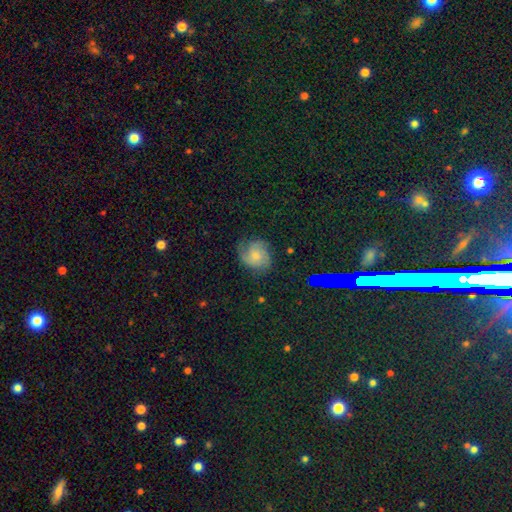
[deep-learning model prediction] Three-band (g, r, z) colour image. It shows a featured or disk galaxy (57%) with no bar (76%), 2 (34%) medium (43%) spiral arms (91%) and a small central bulge (55%). Merging: none (63%).